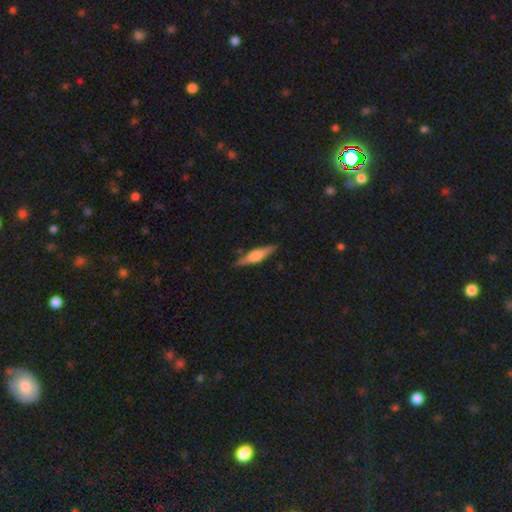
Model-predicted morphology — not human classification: smooth-or-featured: featured or disk: 61% | smooth: 33% | star or artifact: 6%
  disk-edge-on: yes: 96% | no: 4%
    edge-on-bulge: rounded: 79% | boxy: 17% | none: 4%
  merging: none: 87% | minor disturbance: 10% | major disturbance: 2% | merger: 1%